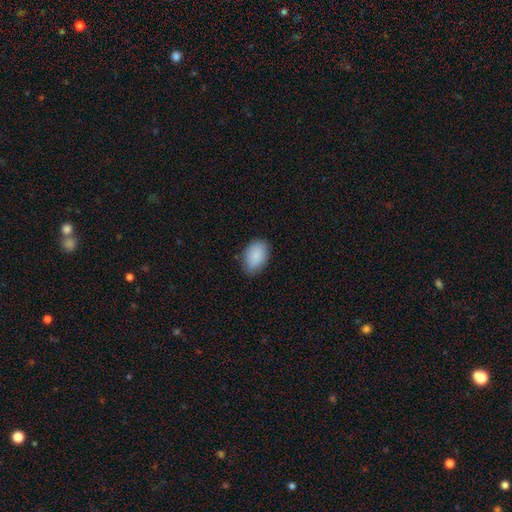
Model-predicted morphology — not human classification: smooth-or-featured: smooth: 89% | star or artifact: 6% | featured or disk: 5%
  how-rounded: in between: 90% | round: 9% | cigar-shaped: 1%
  merging: none: 80% | minor disturbance: 16% | major disturbance: 3% | merger: 1%